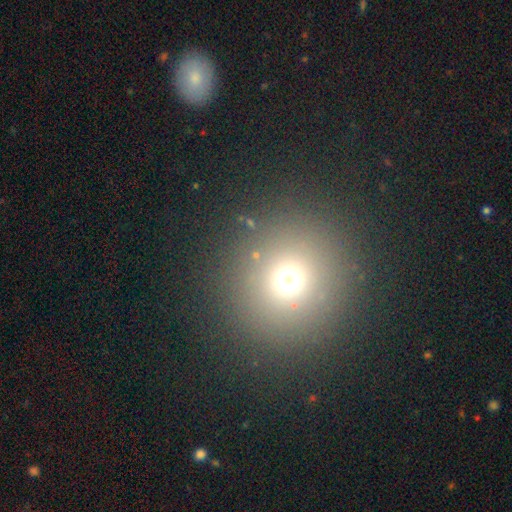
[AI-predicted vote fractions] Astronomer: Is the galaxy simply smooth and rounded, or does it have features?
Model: smooth — 71%.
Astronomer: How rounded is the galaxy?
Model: round — 93%.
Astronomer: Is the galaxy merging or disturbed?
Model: none — 90%.